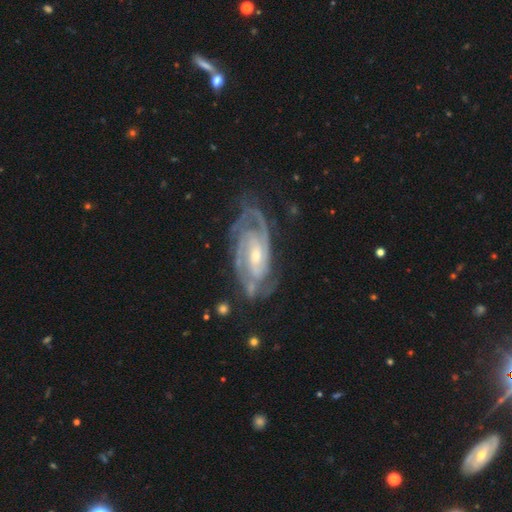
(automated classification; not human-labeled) Smooth or featured? Predicted: featured or disk (p=0.92). Edge-on disk? Predicted: no (p=0.96). Bar? Predicted: no (p=0.42). Spiral arms? Predicted: yes (p=0.98). Spiral winding? Predicted: tight (p=0.65). Spiral arm count? Predicted: 2 (p=0.41). Bulge size? Predicted: small (p=0.52). Merging? Predicted: none (p=0.71).